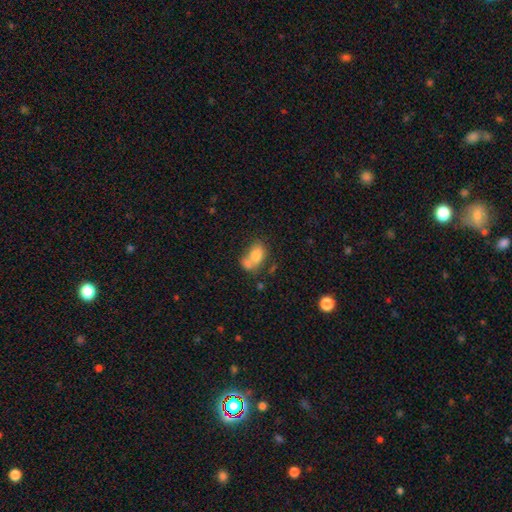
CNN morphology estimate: Smooth or featured? Predicted: smooth (p=0.75). How rounded? Predicted: in between (p=0.73). Merging? Predicted: merger (p=0.55).